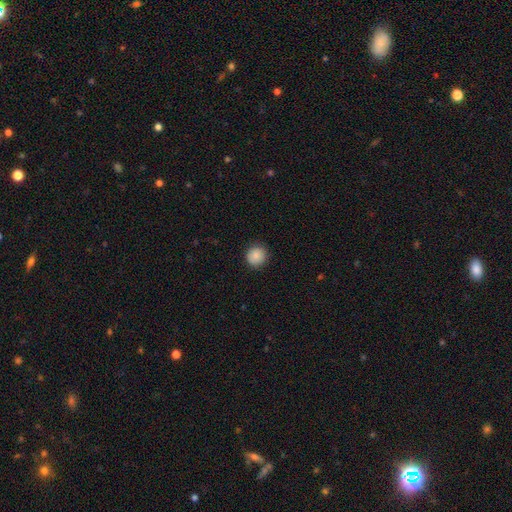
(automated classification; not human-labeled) A smooth galaxy with no disk features (86%) that is round (91%).

Vote fractions:
- Smooth or featured? smooth: 86% / star or artifact: 8% / featured or disk: 6%
- How rounded? round: 91% / in between: 8% / cigar-shaped: 1%
- Merging? none: 88% / minor disturbance: 9% / major disturbance: 2% / merger: 1%